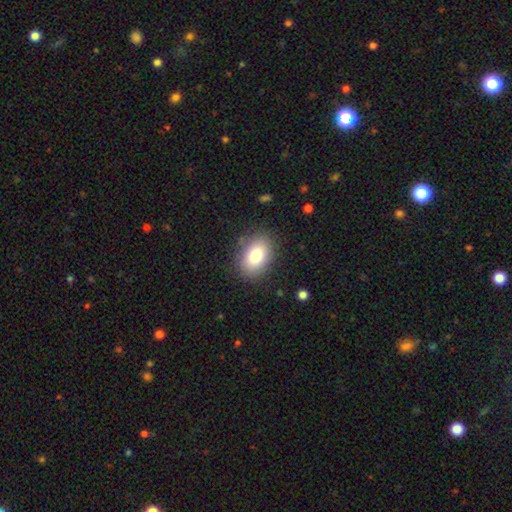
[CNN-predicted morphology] Smooth or featured? smooth (81%)
How rounded? in between (79%)
Merging? none (85%)